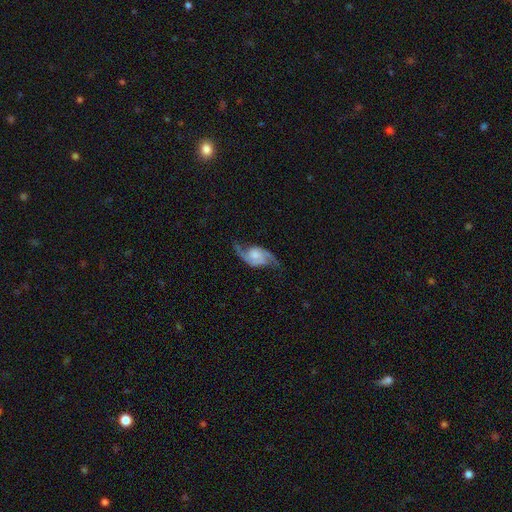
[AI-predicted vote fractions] Morphology: type=featured or disk (87%); edge-on=no (96%); bar=no (66%); spiral arms=yes (97%); winding=loose (58%); arm count=2 (94%); bulge=small (31%); merging=none (72%).